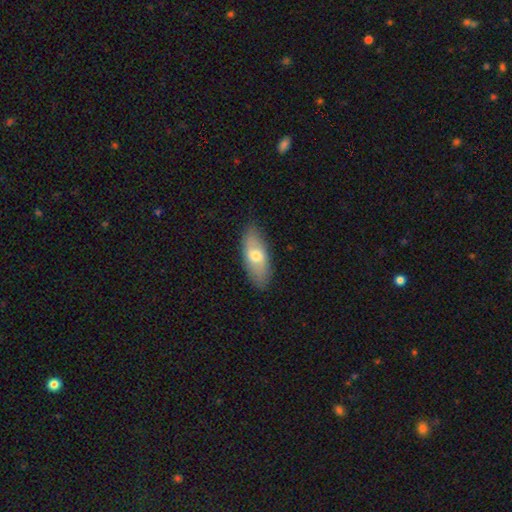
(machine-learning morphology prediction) This is likely a smooth galaxy (63%). How rounded: clearly in between (81%). Merging: clearly none (83%).